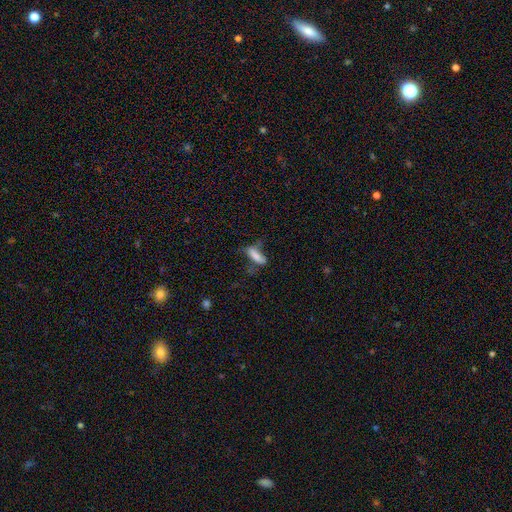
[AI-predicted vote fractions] smooth-or-featured: smooth: 71% | featured or disk: 19% | star or artifact: 10%
  how-rounded: cigar-shaped: 49% | in between: 48% | round: 3%
  merging: none: 37% | major disturbance: 28% | minor disturbance: 27% | merger: 7%